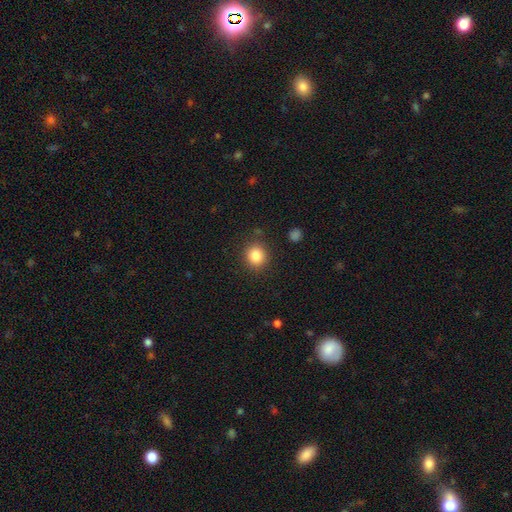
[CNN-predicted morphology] This appears to be a smooth galaxy with no disk features (84%) that is round (87%). Merging: none (88%).